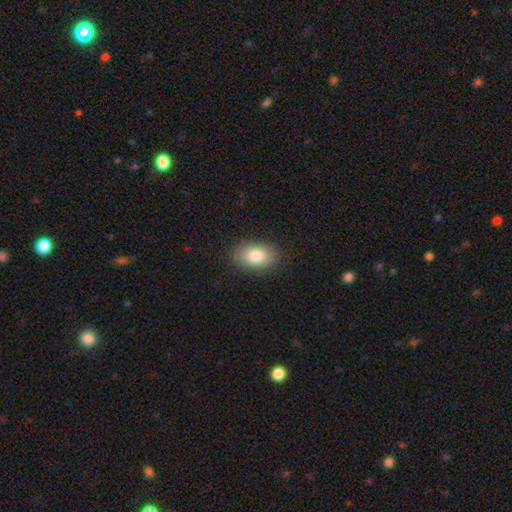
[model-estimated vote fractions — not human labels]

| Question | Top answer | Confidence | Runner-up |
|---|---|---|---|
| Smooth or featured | smooth | 83% | featured or disk (10%) |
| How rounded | in between | 89% | round (10%) |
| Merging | none | 86% | minor disturbance (10%) |